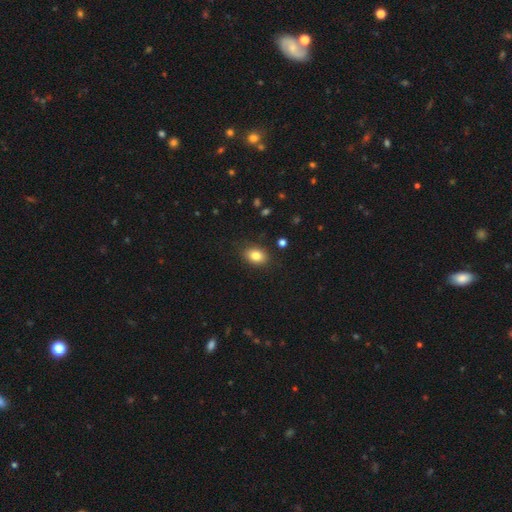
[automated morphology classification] Overall: smooth (84%). How rounded: in between (73%). Merging: none (86%).